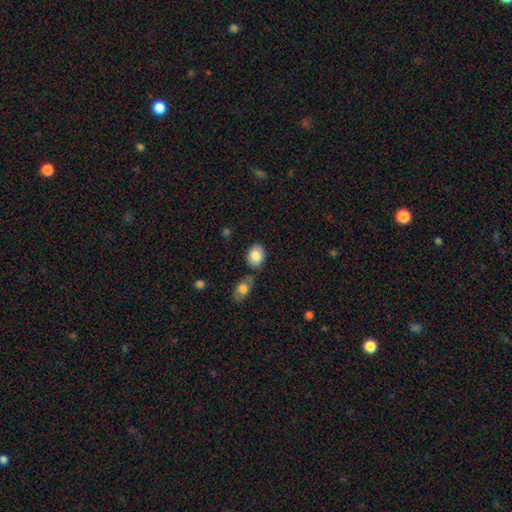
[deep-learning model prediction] Morphology: type=smooth (84%); roundness=in between (77%); merging=none (67%).